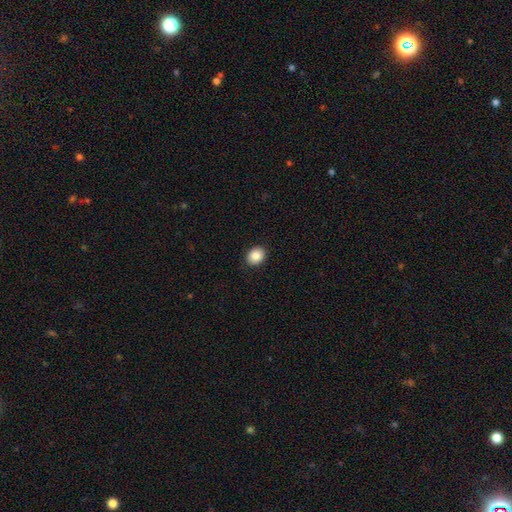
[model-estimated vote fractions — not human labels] Smooth or featured?
  - smooth: 87% *
  - star or artifact: 8%
  - featured or disk: 5%
How rounded?
  - round: 59% *
  - in between: 40%
  - cigar-shaped: 1%
Merging?
  - none: 90% *
  - minor disturbance: 7%
  - major disturbance: 2%
  - merger: 1%